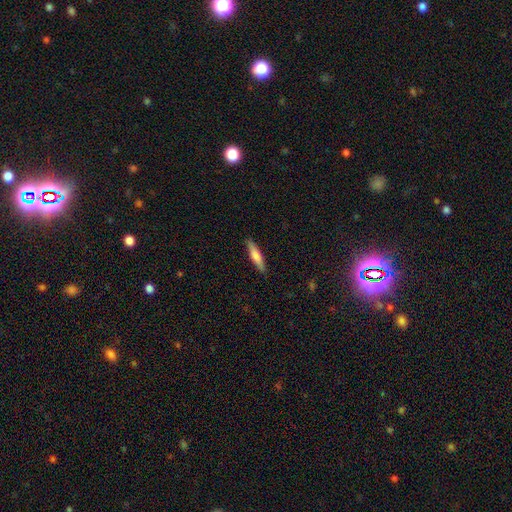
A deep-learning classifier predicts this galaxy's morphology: A smooth galaxy with no disk features (69%) that is cigar-shaped (84%). Merging: none (90%).